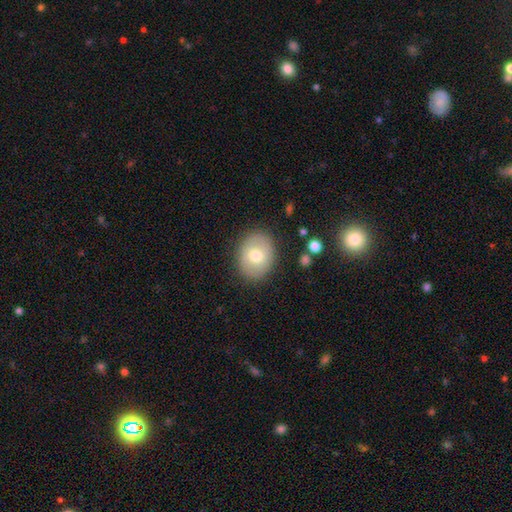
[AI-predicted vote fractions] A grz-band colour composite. It shows a smooth galaxy with no disk features (71%) that is in between round and cigar-shaped (52%). Merging: none (86%).